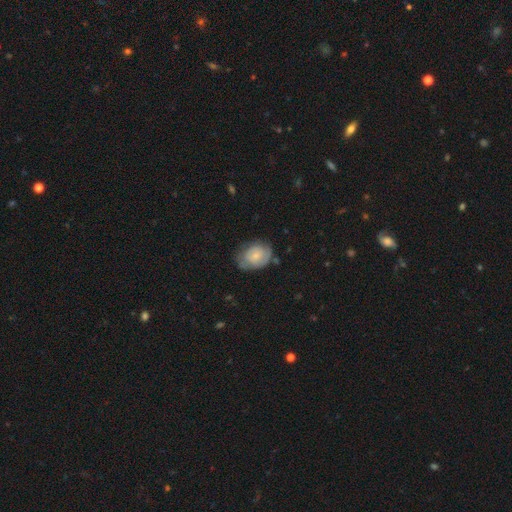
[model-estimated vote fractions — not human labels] A smooth galaxy with no disk features (56%) that is in between round and cigar-shaped (67%).

Vote fractions:
- Smooth or featured? smooth: 56% / featured or disk: 37% / star or artifact: 7%
- How rounded? in between: 67% / round: 32% / cigar-shaped: 1%
- Merging? none: 54% / minor disturbance: 32% / major disturbance: 12% / merger: 2%